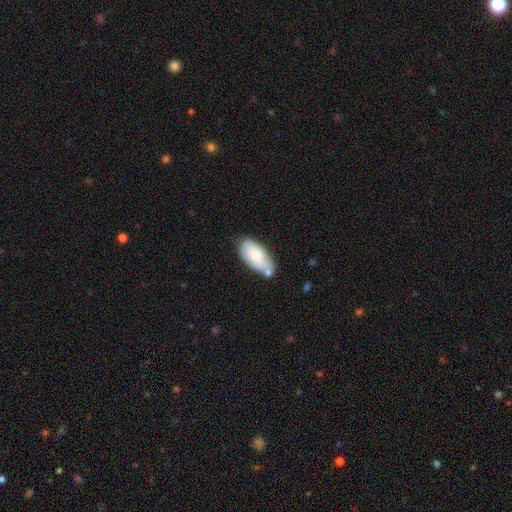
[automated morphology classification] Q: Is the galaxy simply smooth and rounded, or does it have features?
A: smooth — 74%.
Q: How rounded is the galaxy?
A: in between — 92%.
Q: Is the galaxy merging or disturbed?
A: none — 55%.